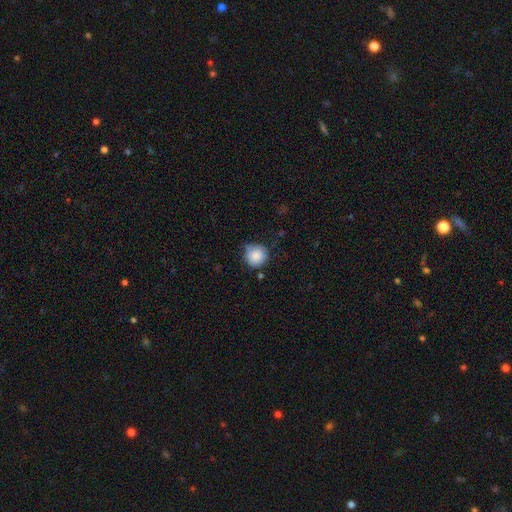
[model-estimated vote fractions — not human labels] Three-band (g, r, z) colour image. It shows a smooth galaxy with no disk features (86%) that is round (92%). Merging: none (65%).